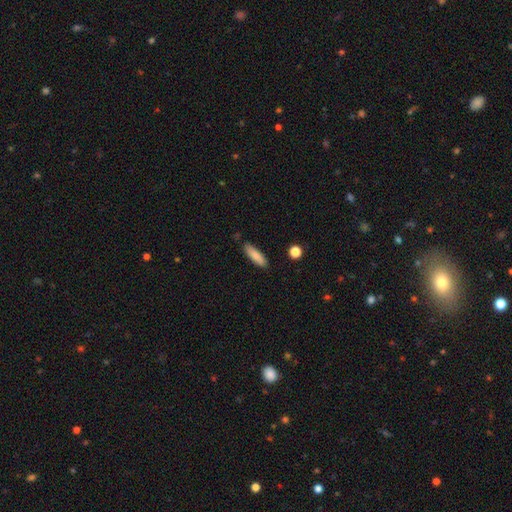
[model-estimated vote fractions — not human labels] Smooth or featured? smooth (84%)
How rounded? cigar-shaped (58%)
Merging? none (84%)